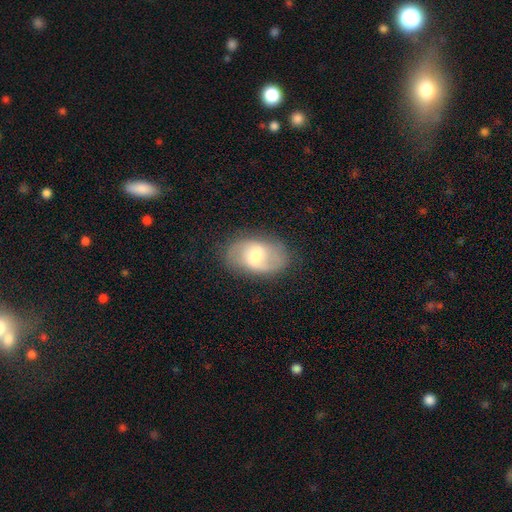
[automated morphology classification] type=featured or disk (63%); edge-on=no (96%); bar=weak (57%); spiral arms=yes (83%); bulge=moderate (58%); merging=none (80%).